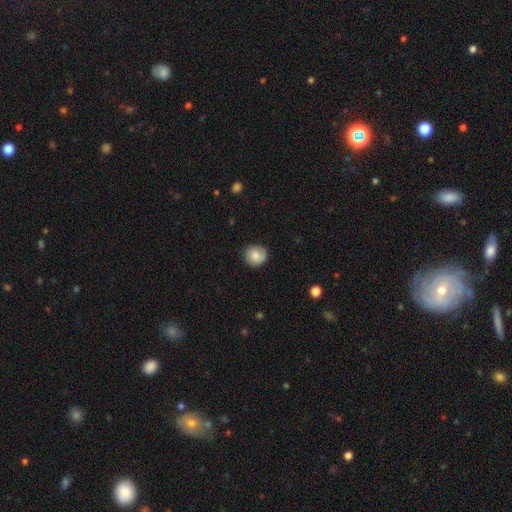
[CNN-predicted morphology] Smooth or featured?
  - smooth: 74% *
  - featured or disk: 18%
  - star or artifact: 8%
How rounded?
  - round: 89% *
  - in between: 10%
  - cigar-shaped: 1%
Merging?
  - none: 80% *
  - minor disturbance: 16%
  - major disturbance: 4%
  - merger: 1%